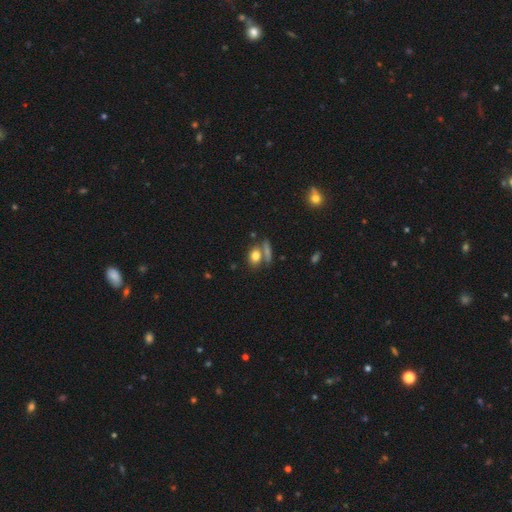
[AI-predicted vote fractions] Q: Smooth or featured?
A: smooth (78%); runner-up: featured or disk (11%)
Q: How rounded?
A: in between (64%); runner-up: round (30%)
Q: Merging?
A: none (56%); runner-up: merger (28%)